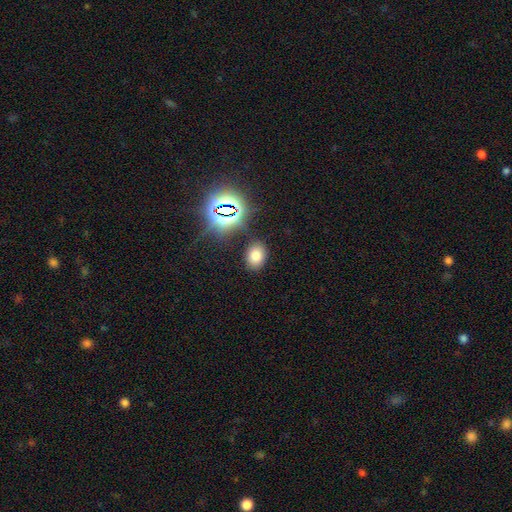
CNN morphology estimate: smooth-or-featured: smooth: 72% | star or artifact: 20% | featured or disk: 8%
  how-rounded: in between: 72% | round: 27% | cigar-shaped: 1%
  merging: none: 84% | minor disturbance: 10% | major disturbance: 3% | merger: 3%